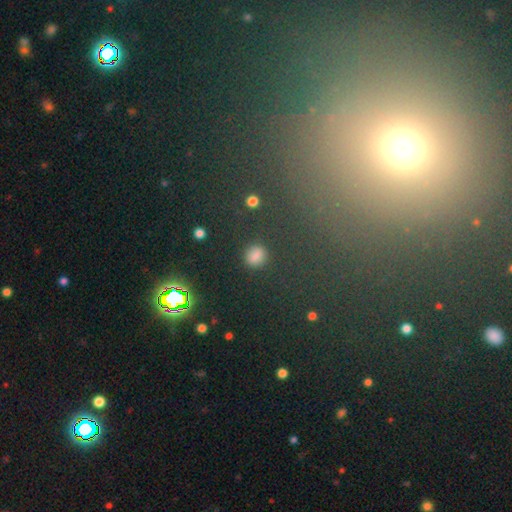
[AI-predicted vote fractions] The model was most divided on "how rounded": round: 64%, in between: 34%, cigar-shaped: 2%. More confident: merging — none (82%); smooth or featured — smooth (75%).